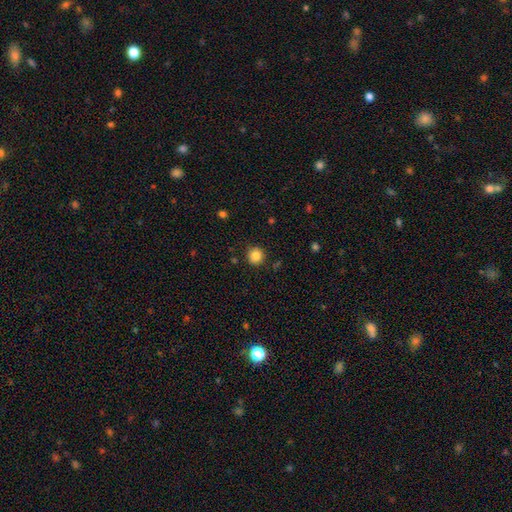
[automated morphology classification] Q: Smooth or featured?
A: smooth (85%); runner-up: star or artifact (10%)
Q: How rounded?
A: round (93%); runner-up: in between (6%)
Q: Merging?
A: none (89%); runner-up: minor disturbance (7%)